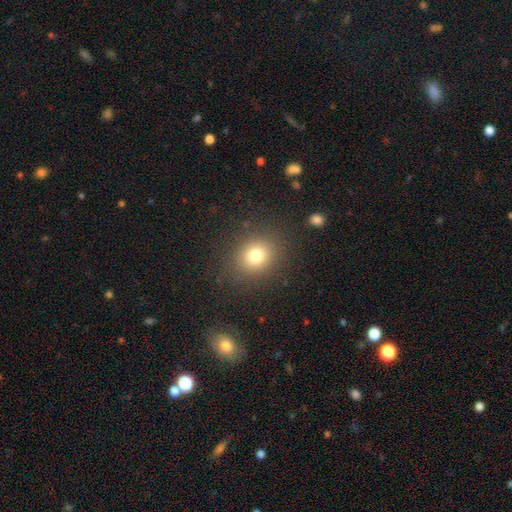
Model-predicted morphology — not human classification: A smooth galaxy with no disk features (77%) that is round (76%).

Vote fractions:
- Smooth or featured? smooth: 77% / star or artifact: 14% / featured or disk: 9%
- How rounded? round: 76% / in between: 23% / cigar-shaped: 1%
- Merging? none: 86% / minor disturbance: 8% / major disturbance: 4% / merger: 1%